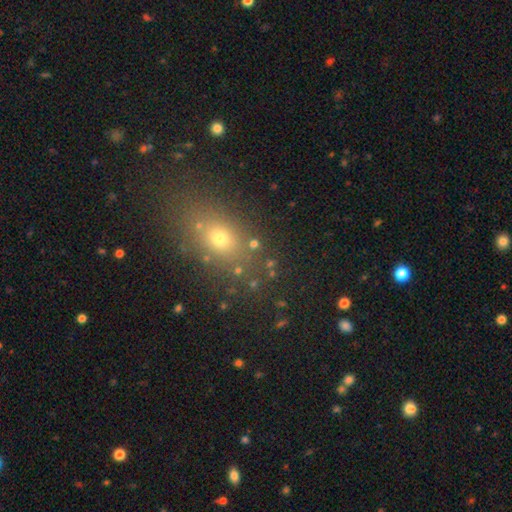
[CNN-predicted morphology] smooth 58%, star or artifact 27%, featured or disk 15%. Down the decision tree: how rounded — in between (64%); merging — none (80%).